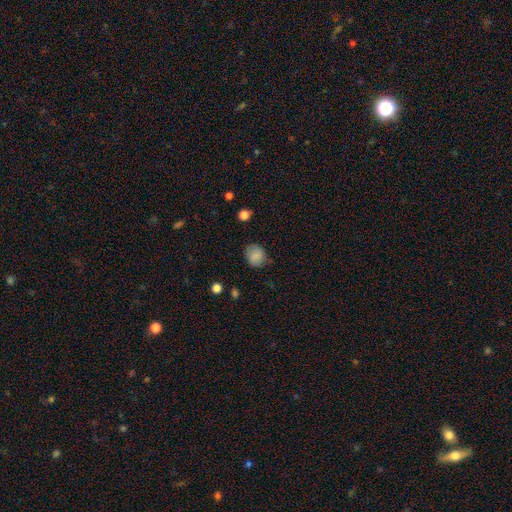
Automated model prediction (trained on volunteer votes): Smooth or featured? smooth (85%)
How rounded? round (69%)
Merging? none (76%)